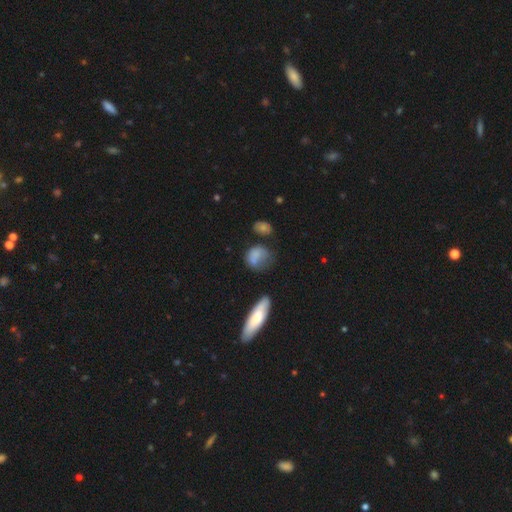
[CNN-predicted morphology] A smooth galaxy with no disk features (72%) that is round (51%).

Vote fractions:
- Smooth or featured? smooth: 72% / featured or disk: 17% / star or artifact: 11%
- How rounded? round: 51% / in between: 45% / cigar-shaped: 4%
- Merging? none: 40% / minor disturbance: 29% / major disturbance: 24% / merger: 7%